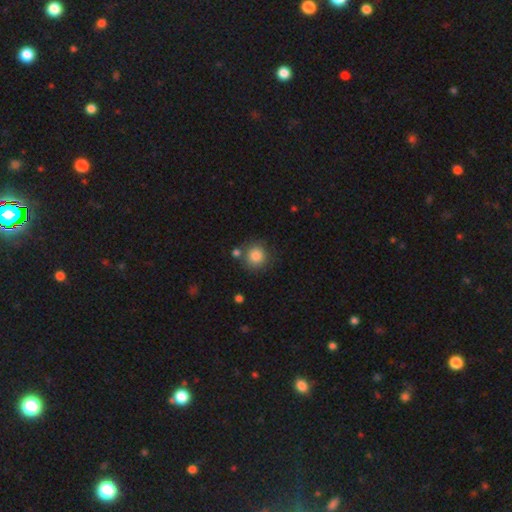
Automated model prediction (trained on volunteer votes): smooth-or-featured: smooth: 84% | star or artifact: 9% | featured or disk: 7%
  how-rounded: round: 91% | in between: 8% | cigar-shaped: 1%
  merging: none: 75% | minor disturbance: 11% | merger: 9% | major disturbance: 4%